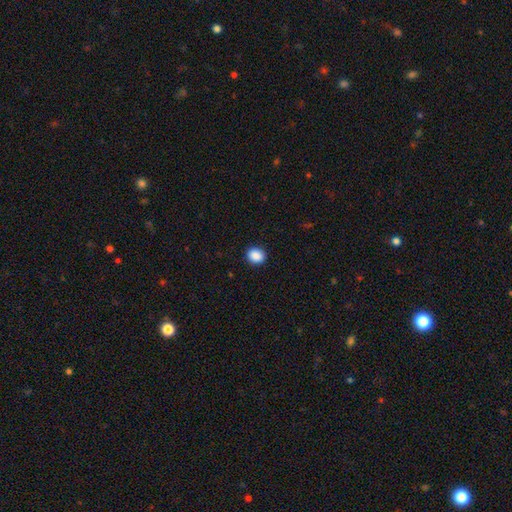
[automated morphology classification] Q: Smooth or featured?
A: smooth (89%); runner-up: star or artifact (8%)
Q: How rounded?
A: round (60%); runner-up: in between (39%)
Q: Merging?
A: none (91%); runner-up: minor disturbance (6%)